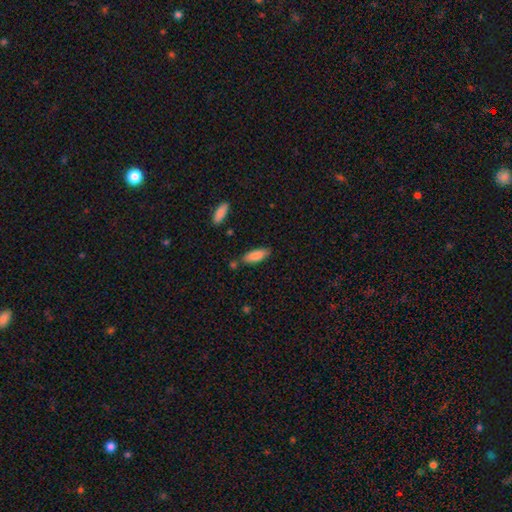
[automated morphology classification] Smooth or featured?
  - smooth: 85% *
  - featured or disk: 9%
  - star or artifact: 6%
How rounded?
  - in between: 64% *
  - cigar-shaped: 34%
  - round: 2%
Merging?
  - none: 76% *
  - minor disturbance: 15%
  - merger: 6%
  - major disturbance: 3%